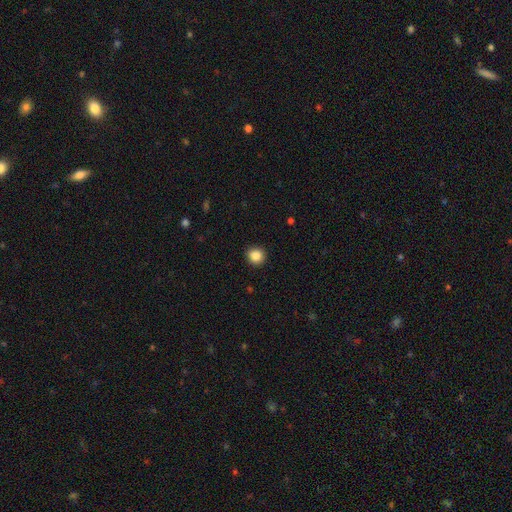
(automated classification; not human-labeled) smooth_or_featured: smooth (p=0.86) [alt: star or artifact p=0.10]
how_rounded: round (p=0.91) [alt: in between p=0.09]
merging: none (p=0.92) [alt: minor disturbance p=0.06]